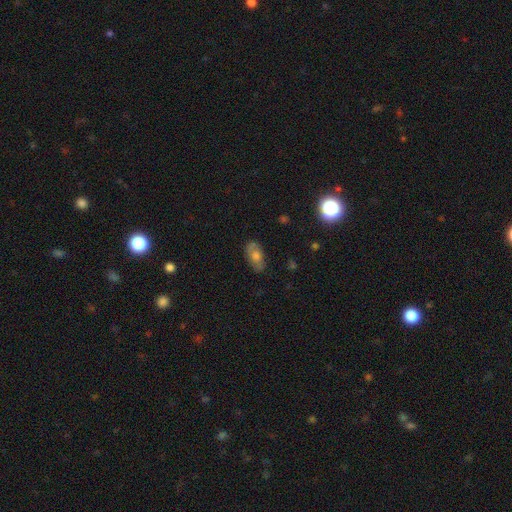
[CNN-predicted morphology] Smooth or featured?
  - smooth: 60% *
  - featured or disk: 30%
  - star or artifact: 10%
How rounded?
  - in between: 89% *
  - round: 7%
  - cigar-shaped: 5%
Merging?
  - none: 76% *
  - minor disturbance: 18%
  - major disturbance: 4%
  - merger: 2%